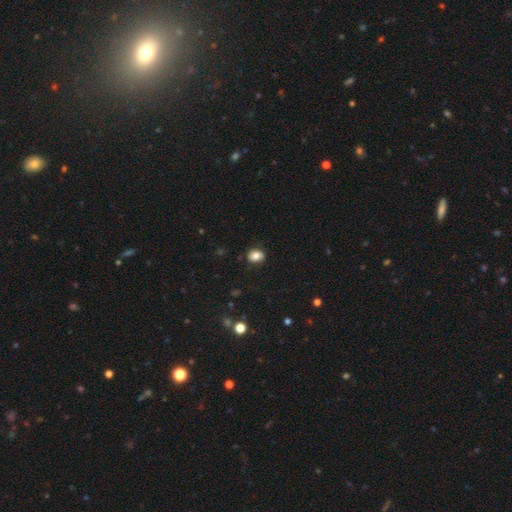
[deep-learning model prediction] The model was most divided on "how rounded": in between: 50%, round: 49%, cigar-shaped: 1%. More confident: merging — none (83%); smooth or featured — smooth (80%).